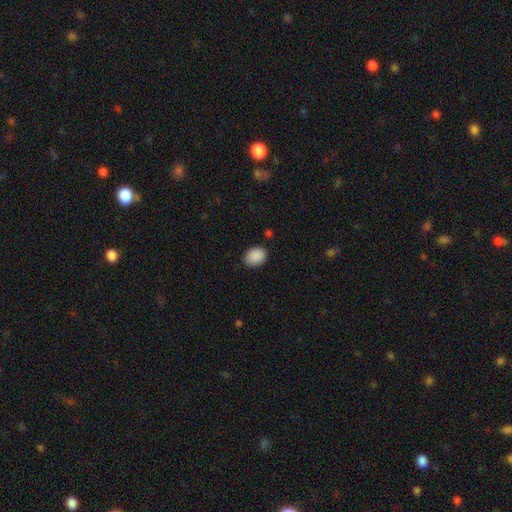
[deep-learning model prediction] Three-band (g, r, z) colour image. It shows a smooth galaxy with no disk features (89%) that is in between round and cigar-shaped (58%). Merging: none (81%).